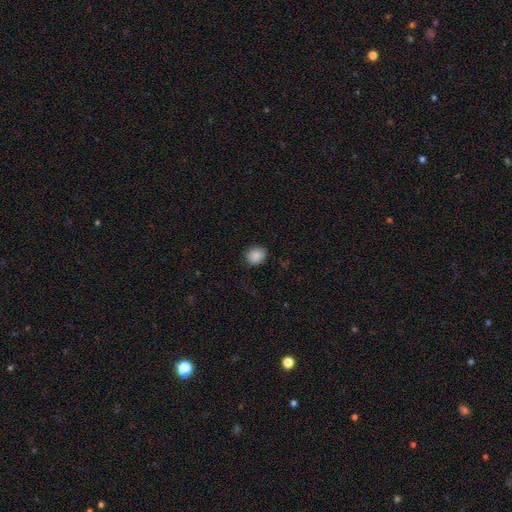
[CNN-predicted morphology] Smooth or featured? Predicted: smooth (p=0.88). How rounded? Predicted: round (p=0.73). Merging? Predicted: none (p=0.88).